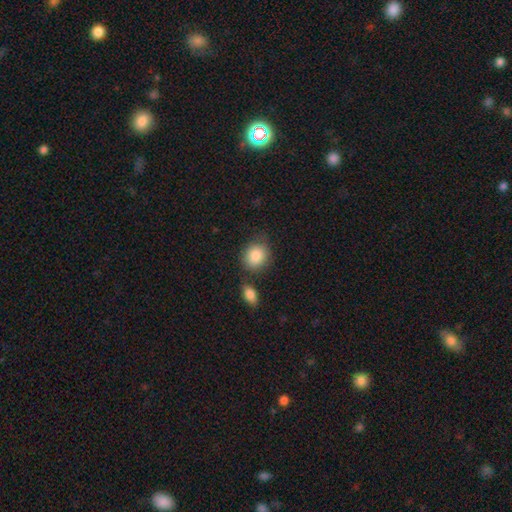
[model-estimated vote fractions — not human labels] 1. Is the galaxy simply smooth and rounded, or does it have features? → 86% smooth, 8% star or artifact, 7% featured or disk.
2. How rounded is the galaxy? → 69% round, 30% in between, 1% cigar-shaped.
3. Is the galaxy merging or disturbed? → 68% none, 16% minor disturbance, 11% merger, 5% major disturbance.